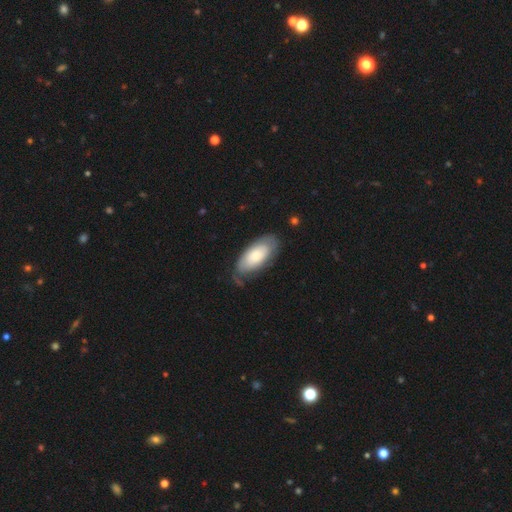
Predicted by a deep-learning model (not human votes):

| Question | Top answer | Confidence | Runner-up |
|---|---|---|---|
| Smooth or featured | smooth | 68% | featured or disk (26%) |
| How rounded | in between | 92% | cigar-shaped (6%) |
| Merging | none | 64% | minor disturbance (25%) |